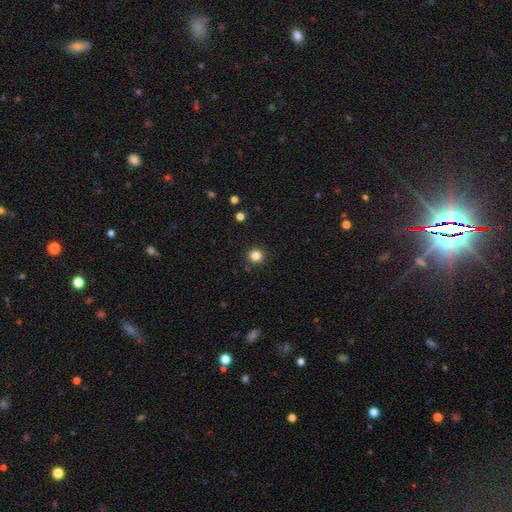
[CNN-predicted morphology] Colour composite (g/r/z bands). It shows a smooth galaxy with no disk features (83%) that is round (93%). Merging: none (91%).